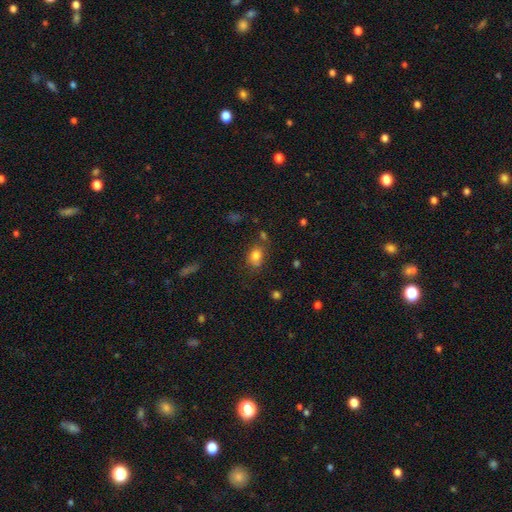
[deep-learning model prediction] A smooth galaxy with no disk features (80%) that is in between round and cigar-shaped (66%).

Vote fractions:
- Smooth or featured? smooth: 80% / star or artifact: 11% / featured or disk: 9%
- How rounded? in between: 66% / round: 32% / cigar-shaped: 2%
- Merging? none: 64% / minor disturbance: 20% / merger: 10% / major disturbance: 7%